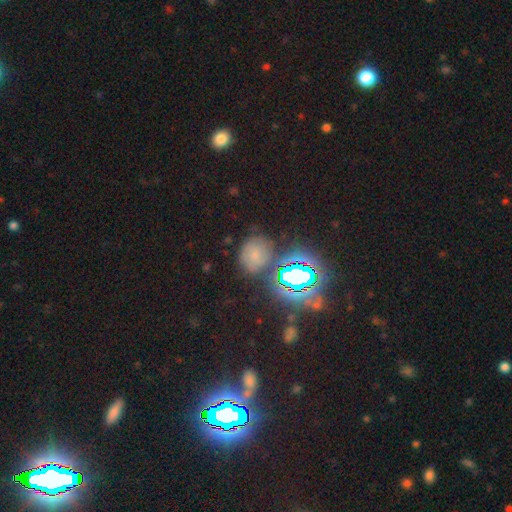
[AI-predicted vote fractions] A smooth galaxy with no disk features (45%).

Vote fractions:
- Smooth or featured? smooth: 45% / star or artifact: 34% / featured or disk: 21%
- Merging? none: 70% / minor disturbance: 17% / major disturbance: 7% / merger: 6%